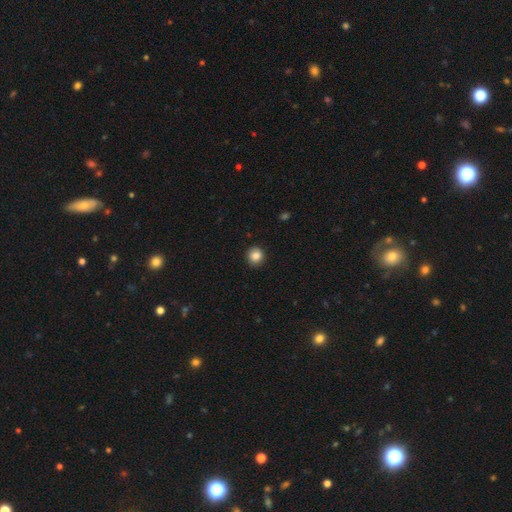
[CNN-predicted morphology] The model was most divided on "smooth or featured": smooth: 86%, star or artifact: 10%, featured or disk: 5%. More confident: merging — none (92%); how rounded — round (91%).